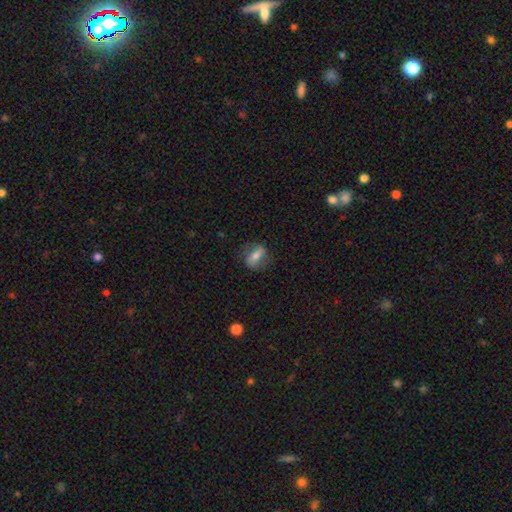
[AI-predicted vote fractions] Smooth or featured: smooth — 55% (featured or disk — 36%)
How rounded: in between — 67% (round — 22%)
Merging: none — 75% (minor disturbance — 16%)